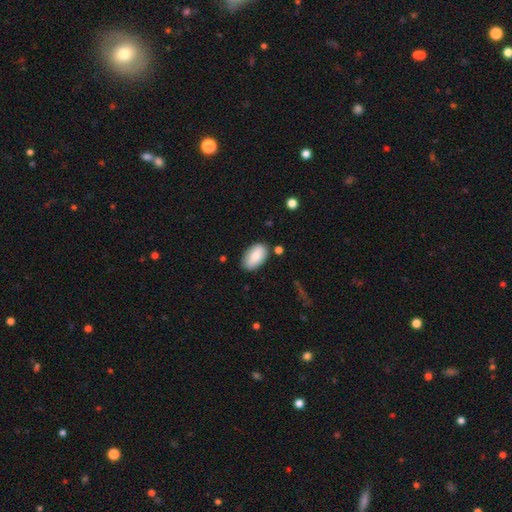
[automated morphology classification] Overall: smooth (78%). How rounded: in between (94%). Merging: none (80%).